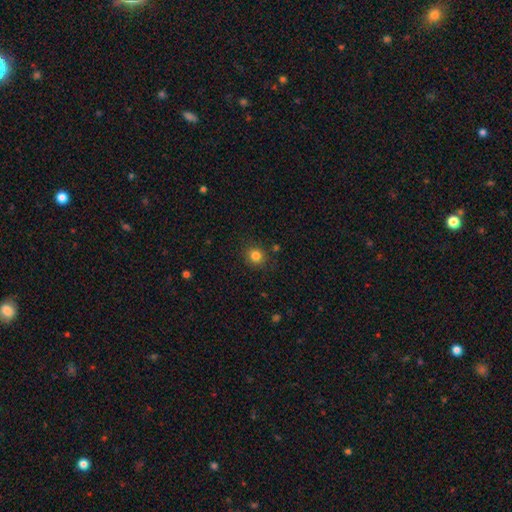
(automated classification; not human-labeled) This appears to be a smooth galaxy with no disk features (82%) that is round (85%). Merging: none (85%).